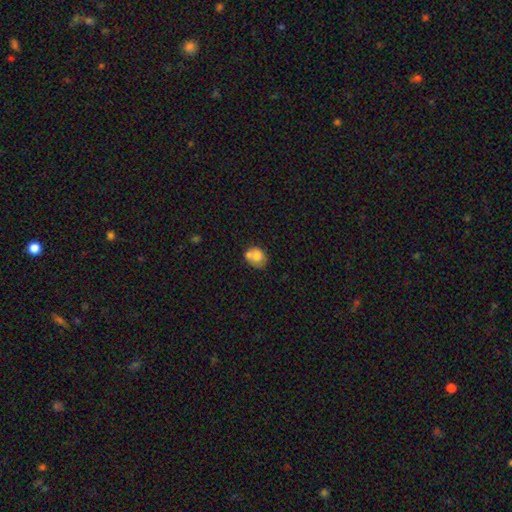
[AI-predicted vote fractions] This is likely a smooth galaxy (71%). How rounded: possibly round (58%). Merging: marginally merger (40%).